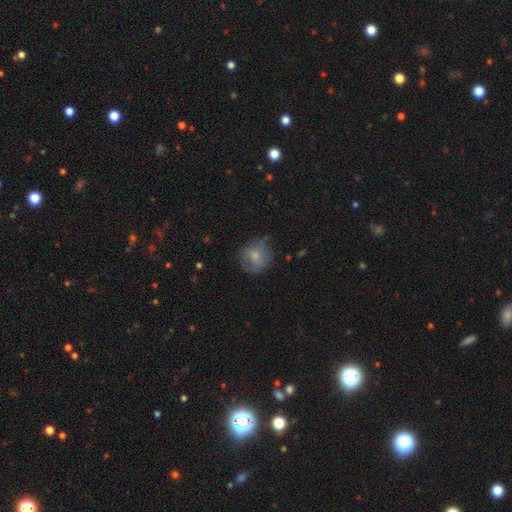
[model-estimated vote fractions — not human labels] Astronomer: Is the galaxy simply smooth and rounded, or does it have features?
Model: smooth — 65%.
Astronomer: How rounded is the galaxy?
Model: round — 83%.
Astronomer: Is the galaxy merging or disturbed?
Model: none — 66%.